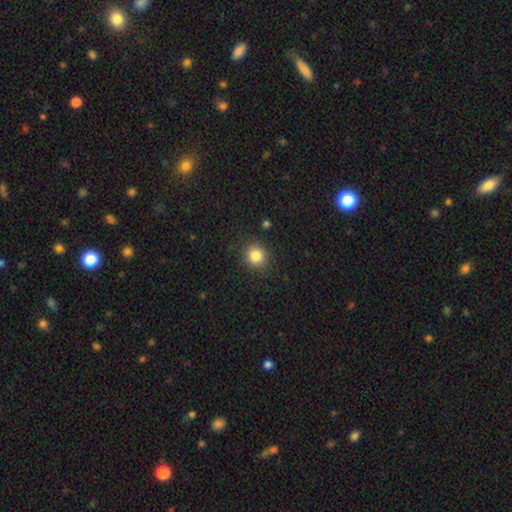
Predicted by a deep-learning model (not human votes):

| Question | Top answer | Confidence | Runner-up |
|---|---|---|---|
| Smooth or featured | smooth | 84% | star or artifact (11%) |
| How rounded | round | 84% | in between (15%) |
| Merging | none | 89% | minor disturbance (7%) |